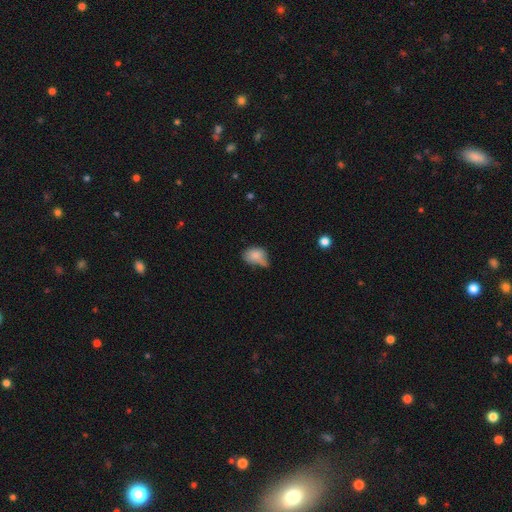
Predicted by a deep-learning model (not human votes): Smooth or featured? smooth (78%)
How rounded? in between (73%)
Merging? minor disturbance (40%)